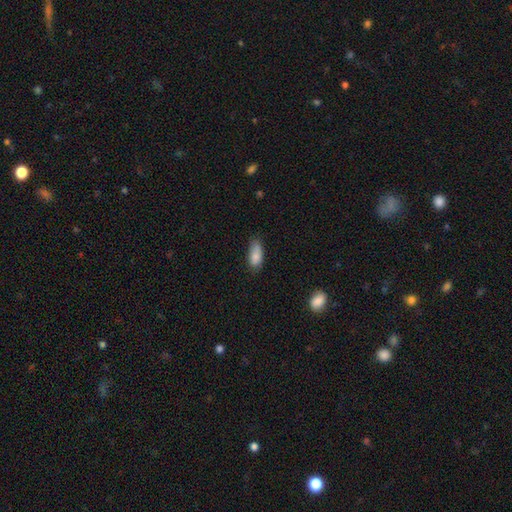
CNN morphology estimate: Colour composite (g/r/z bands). It shows a smooth galaxy with no disk features (85%) that is in between round and cigar-shaped (85%). Merging: none (67%).